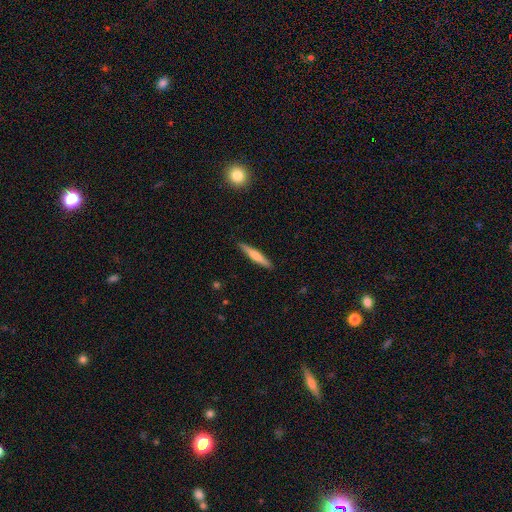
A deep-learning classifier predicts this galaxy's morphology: A smooth galaxy with no disk features (53%) that is cigar-shaped (92%).

Vote fractions:
- Smooth or featured? smooth: 53% / featured or disk: 42% / star or artifact: 5%
- How rounded? cigar-shaped: 92% / in between: 6% / round: 1%
- Merging? none: 91% / minor disturbance: 7% / major disturbance: 1% / merger: 1%